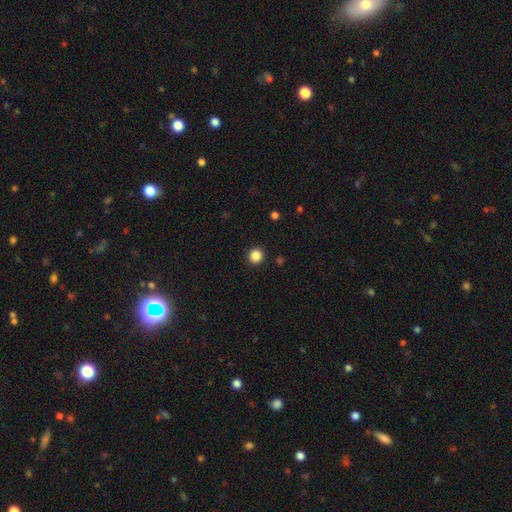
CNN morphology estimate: The model was most divided on "smooth or featured": smooth: 86%, star or artifact: 11%, featured or disk: 3%. More confident: how rounded — round (93%); merging — none (92%).